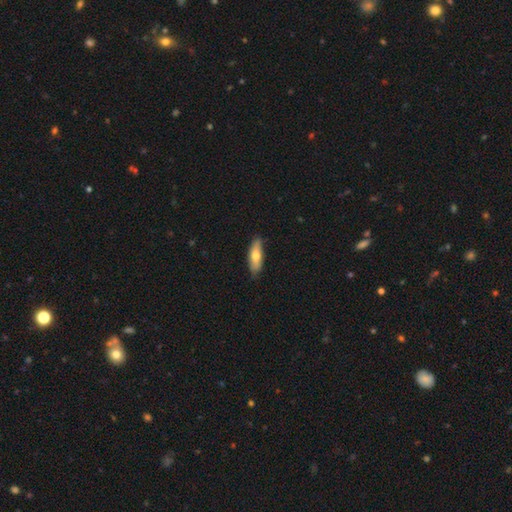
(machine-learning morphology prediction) A smooth galaxy with no disk features (69%) that is in between round and cigar-shaped (52%). Merging: none (84%).